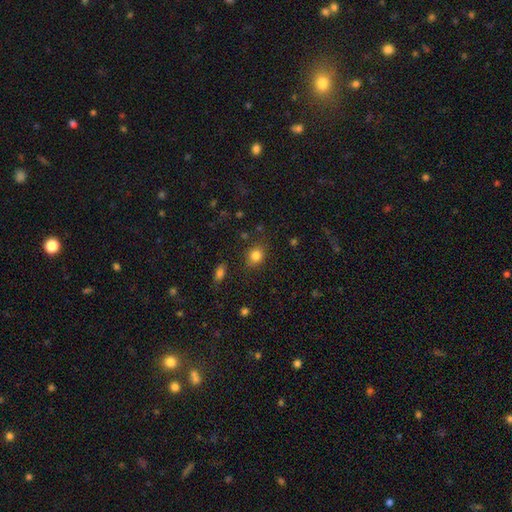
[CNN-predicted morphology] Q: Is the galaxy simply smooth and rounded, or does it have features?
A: smooth — 82%.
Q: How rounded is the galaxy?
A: round — 61%.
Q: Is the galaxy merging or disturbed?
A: none — 79%.